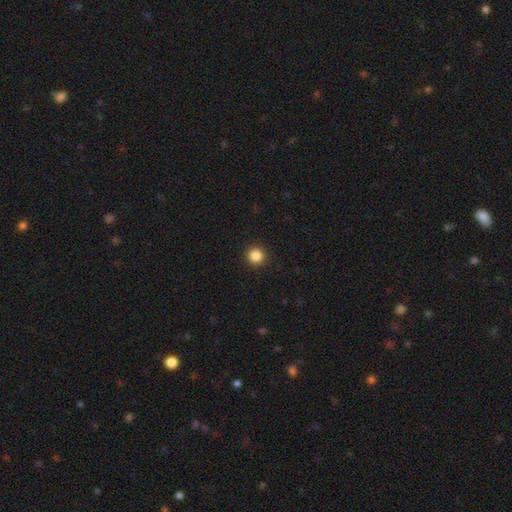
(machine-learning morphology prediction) This appears to be a smooth galaxy with no disk features (86%) that is round (95%). Merging: none (93%).